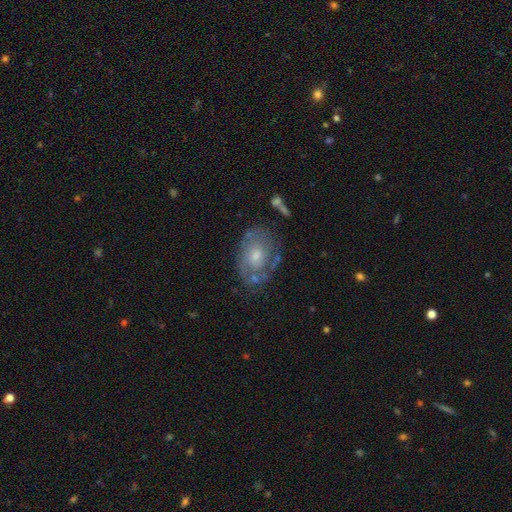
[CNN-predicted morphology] Smooth or featured? Predicted: featured or disk (p=0.68). Edge-on disk? Predicted: no (p=0.95). Bar? Predicted: no (p=0.82). Spiral arms? Predicted: yes (p=0.67). Bulge size? Predicted: moderate (p=0.50). Merging? Predicted: none (p=0.65).